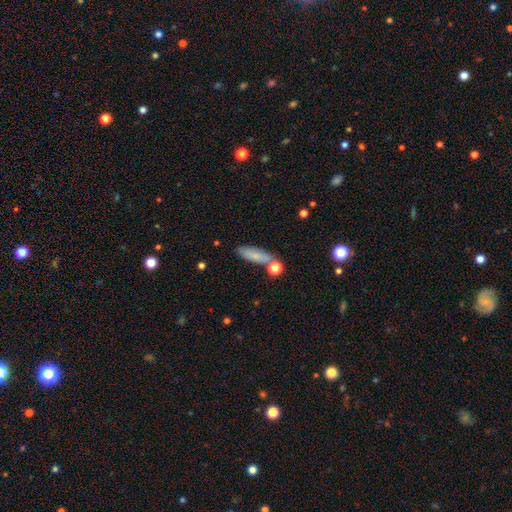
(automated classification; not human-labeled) Smooth or featured: smooth — 74% (featured or disk — 17%)
How rounded: in between — 50% (cigar-shaped — 47%)
Merging: none — 70% (minor disturbance — 15%)